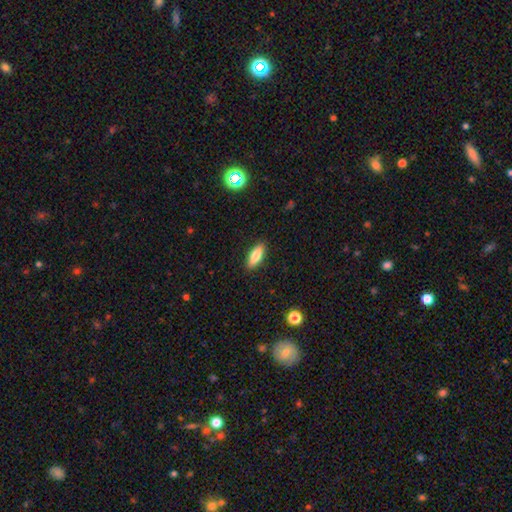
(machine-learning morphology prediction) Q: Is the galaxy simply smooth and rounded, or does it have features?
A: smooth — 81%.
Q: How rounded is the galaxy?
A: in between — 68%.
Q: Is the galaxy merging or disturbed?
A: none — 89%.